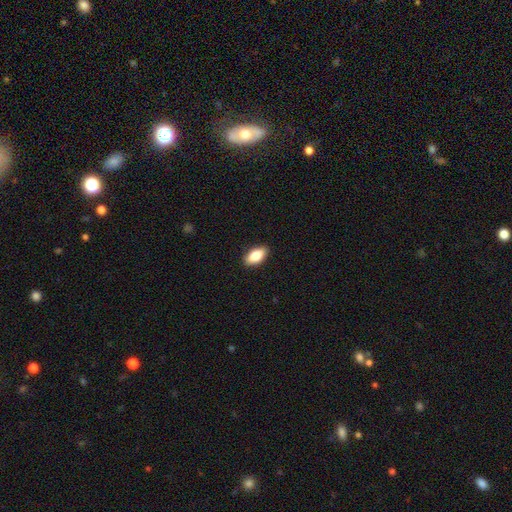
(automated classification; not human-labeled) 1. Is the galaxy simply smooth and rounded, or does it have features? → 79% smooth, 14% featured or disk, 7% star or artifact.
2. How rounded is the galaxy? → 88% in between, 8% cigar-shaped, 4% round.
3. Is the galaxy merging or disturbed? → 89% none, 8% minor disturbance, 2% major disturbance, 1% merger.